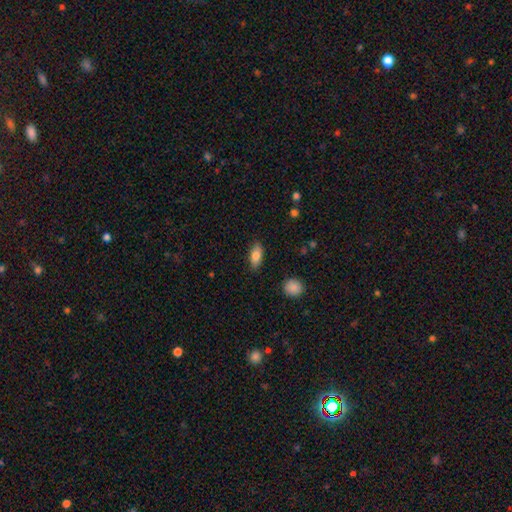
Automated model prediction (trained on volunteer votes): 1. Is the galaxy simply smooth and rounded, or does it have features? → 80% smooth, 12% featured or disk, 7% star or artifact.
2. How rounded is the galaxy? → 85% in between, 11% cigar-shaped, 4% round.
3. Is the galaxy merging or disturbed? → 86% none, 10% minor disturbance, 2% major disturbance, 1% merger.